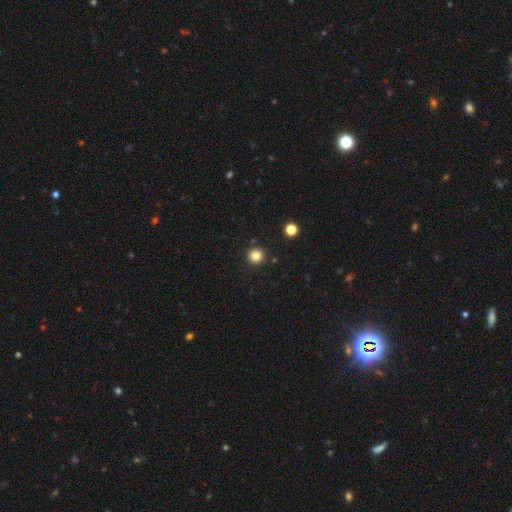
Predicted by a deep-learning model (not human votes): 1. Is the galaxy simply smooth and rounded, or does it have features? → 82% smooth, 13% star or artifact, 5% featured or disk.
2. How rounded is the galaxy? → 96% round, 3% in between, 1% cigar-shaped.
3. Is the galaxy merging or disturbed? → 91% none, 5% minor disturbance, 2% merger, 2% major disturbance.